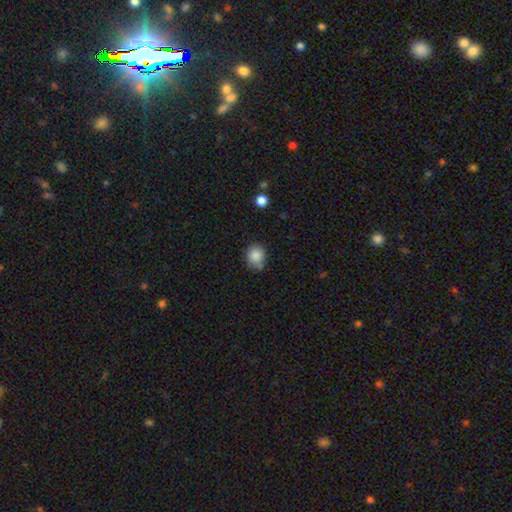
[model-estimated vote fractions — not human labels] smooth_or_featured: smooth (p=0.86) [alt: star or artifact p=0.09]
how_rounded: round (p=0.73) [alt: in between p=0.26]
merging: none (p=0.69) [alt: minor disturbance p=0.20]